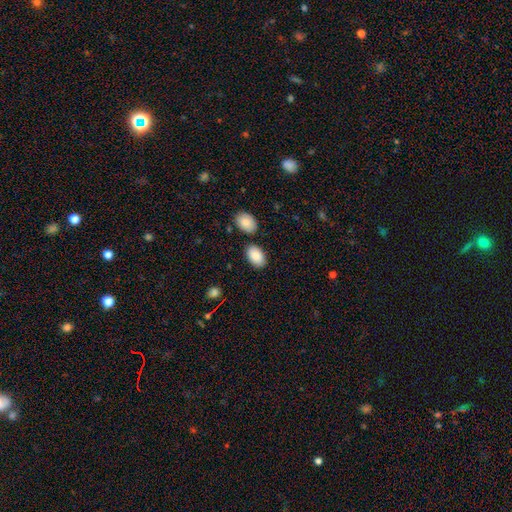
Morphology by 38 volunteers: Smooth or featured?
  - smooth: 92% *
  - star or artifact: 5%
  - featured or disk: 3%
How rounded?
  - in between: 86% *
  - round: 14%
  - cigar-shaped: 0%
Merging?
  - none: 86% *
  - merger: 8%
  - minor disturbance: 6%
  - major disturbance: 0%